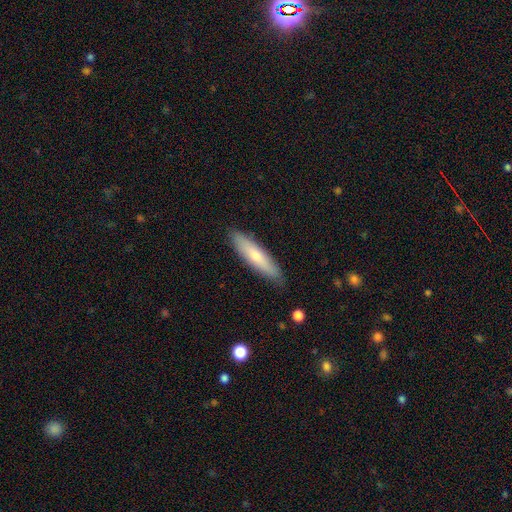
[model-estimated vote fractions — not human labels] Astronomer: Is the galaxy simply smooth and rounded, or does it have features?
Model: smooth — 67%.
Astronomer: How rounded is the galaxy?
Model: cigar-shaped — 78%.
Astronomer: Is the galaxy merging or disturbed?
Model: none — 86%.